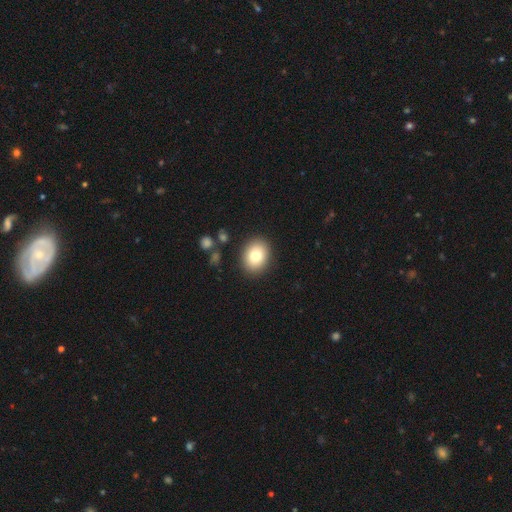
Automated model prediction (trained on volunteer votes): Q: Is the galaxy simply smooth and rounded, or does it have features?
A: smooth — 78%.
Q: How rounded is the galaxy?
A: in between — 56%.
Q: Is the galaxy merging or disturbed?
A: none — 88%.